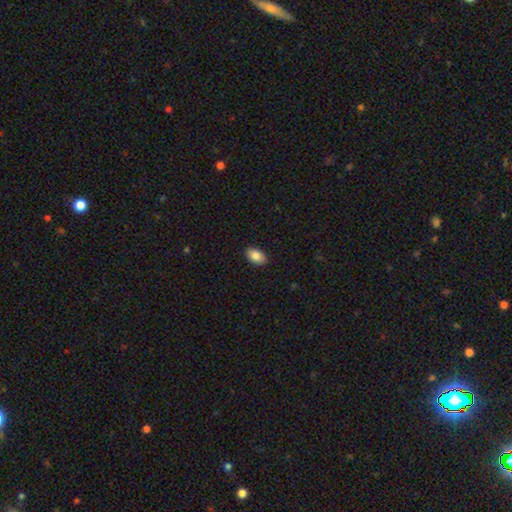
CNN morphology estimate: smooth-or-featured: smooth: 85% | star or artifact: 7% | featured or disk: 7%
  how-rounded: in between: 91% | round: 7% | cigar-shaped: 1%
  merging: none: 90% | minor disturbance: 8% | major disturbance: 2% | merger: 1%